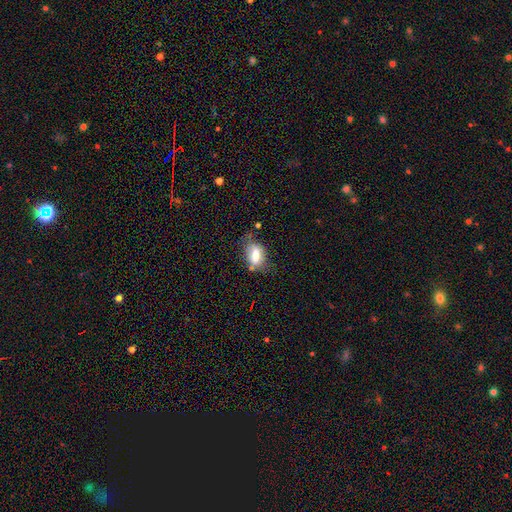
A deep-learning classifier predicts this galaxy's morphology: smooth 56%, featured or disk 34%, star or artifact 9%. Down the decision tree: how rounded — in between (80%); merging — none (59%).